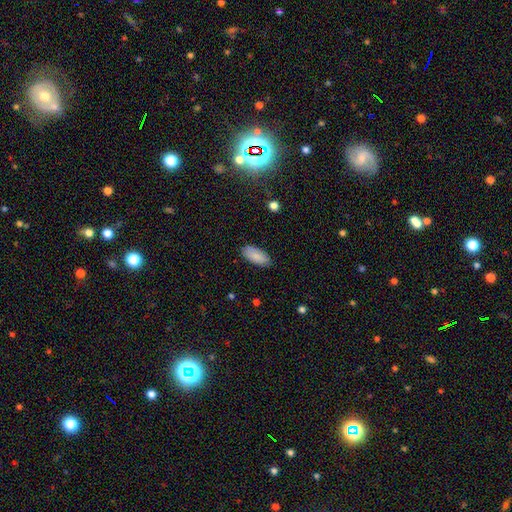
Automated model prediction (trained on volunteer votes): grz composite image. It shows a smooth galaxy with no disk features (88%) that is in between round and cigar-shaped (89%). Merging: none (87%).